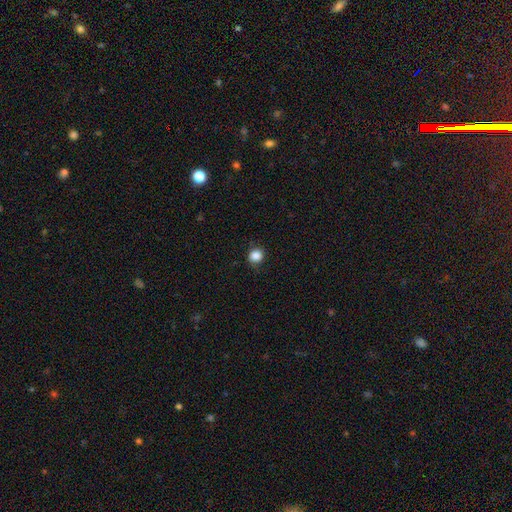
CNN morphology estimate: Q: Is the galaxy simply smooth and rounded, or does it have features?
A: smooth — 86%.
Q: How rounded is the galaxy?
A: round — 85%.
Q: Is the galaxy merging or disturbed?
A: none — 84%.